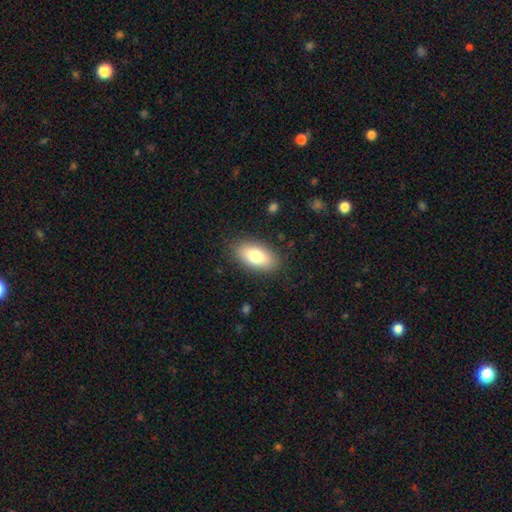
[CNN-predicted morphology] smooth 78%, featured or disk 15%, star or artifact 7%. Down the decision tree: how rounded — in between (92%); merging — none (86%).